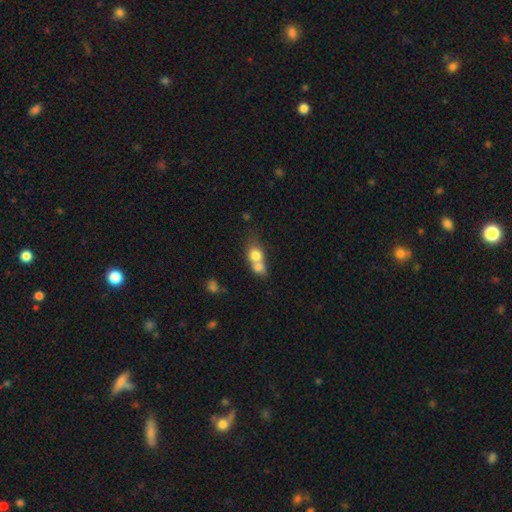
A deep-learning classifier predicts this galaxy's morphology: Smooth or featured? smooth (73%)
How rounded? round (57%)
Merging? merger (72%)